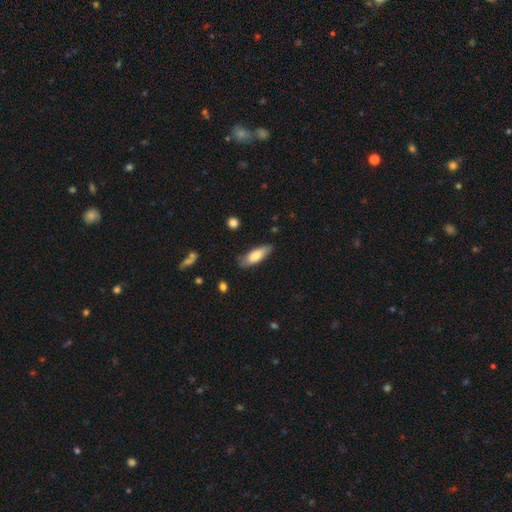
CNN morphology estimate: The model was most divided on "how rounded": in between: 57%, cigar-shaped: 41%, round: 2%. More confident: merging — none (77%); smooth or featured — smooth (75%).